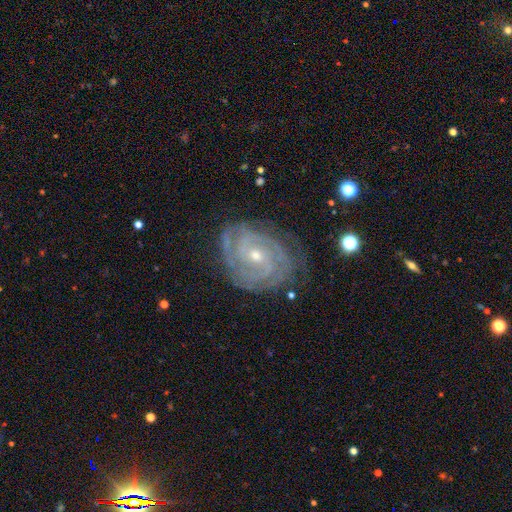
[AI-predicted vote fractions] Smooth or featured? Predicted: featured or disk (p=0.90). Edge-on disk? Predicted: no (p=0.97). Bar? Predicted: no (p=0.54). Spiral arms? Predicted: yes (p=0.98). Spiral winding? Predicted: tight (p=0.81). Spiral arm count? Predicted: 3 (p=0.28, tied with 2). Bulge size? Predicted: small (p=0.62). Merging? Predicted: none (p=0.78).